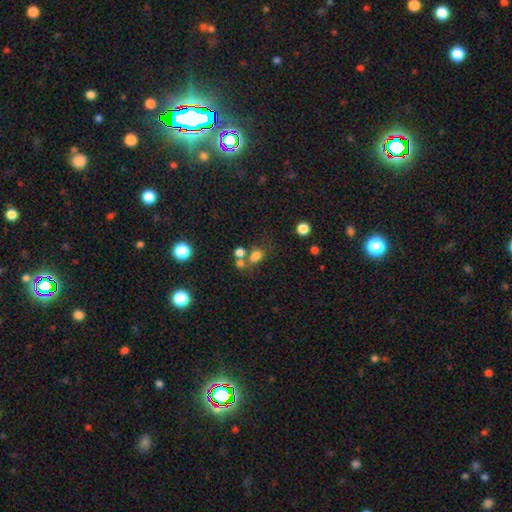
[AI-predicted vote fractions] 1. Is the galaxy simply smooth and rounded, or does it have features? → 71% smooth, 18% star or artifact, 11% featured or disk.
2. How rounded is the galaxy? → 56% in between, 43% round, 2% cigar-shaped.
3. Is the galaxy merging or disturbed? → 45% none, 36% merger, 11% minor disturbance, 8% major disturbance.